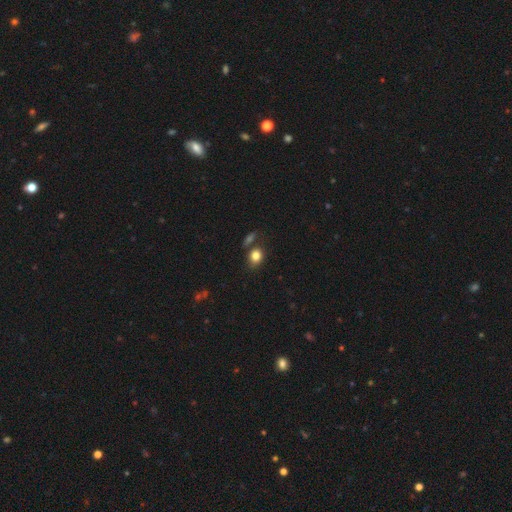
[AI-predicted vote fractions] Morphology: type=smooth (82%); roundness=round (52%); merging=none (67%).